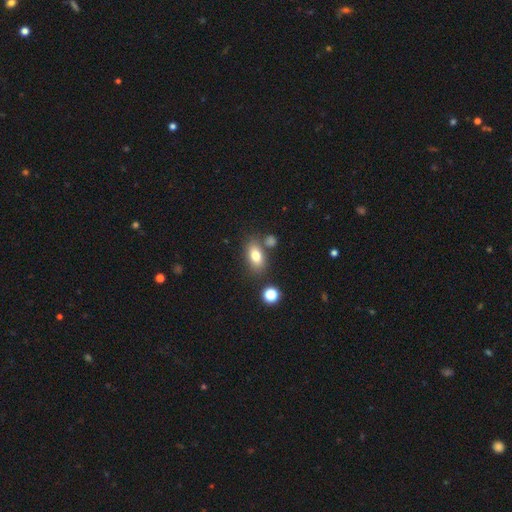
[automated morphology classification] smooth_or_featured: smooth (p=0.78) [alt: featured or disk p=0.12]
how_rounded: in between (p=0.84) [alt: round p=0.12]
merging: none (p=0.72) [alt: minor disturbance p=0.13]